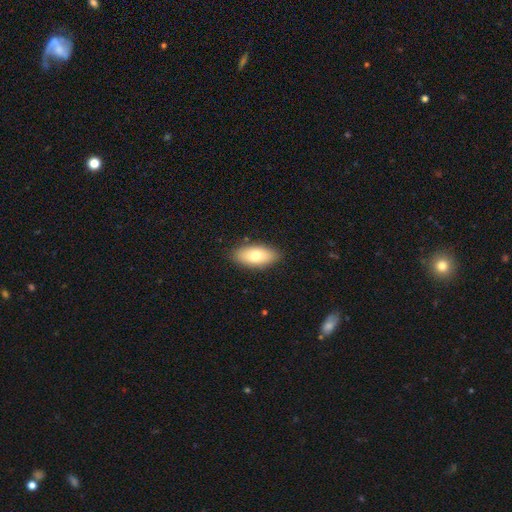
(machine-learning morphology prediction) smooth_or_featured: smooth (p=0.75) [alt: featured or disk p=0.18]
how_rounded: in between (p=0.90) [alt: cigar-shaped p=0.07]
merging: none (p=0.87) [alt: minor disturbance p=0.10]